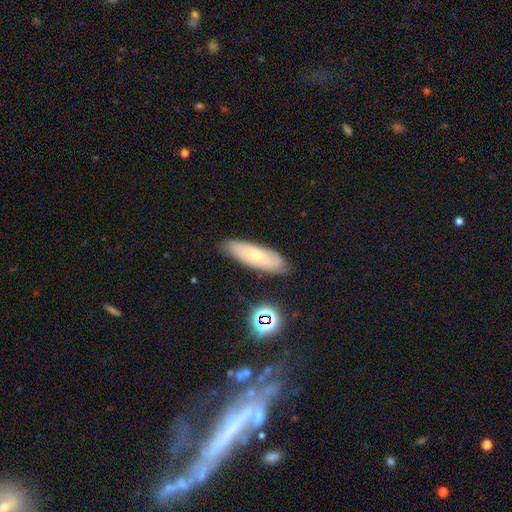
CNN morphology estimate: Overall: smooth (48%; featured or disk 42%). Merging: none (80%).